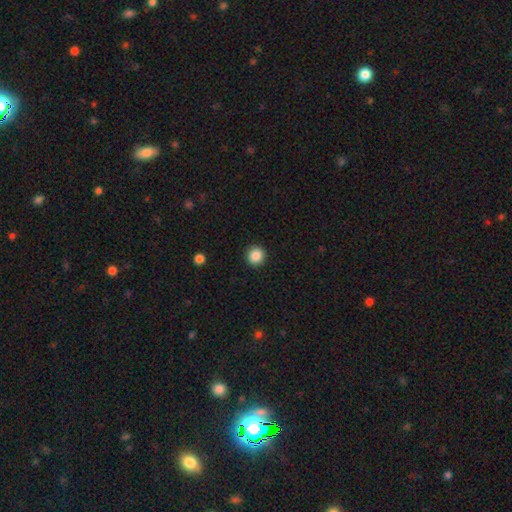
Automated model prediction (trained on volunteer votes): Q: Smooth or featured?
A: smooth (87%); runner-up: star or artifact (10%)
Q: How rounded?
A: round (93%); runner-up: in between (6%)
Q: Merging?
A: none (92%); runner-up: minor disturbance (5%)